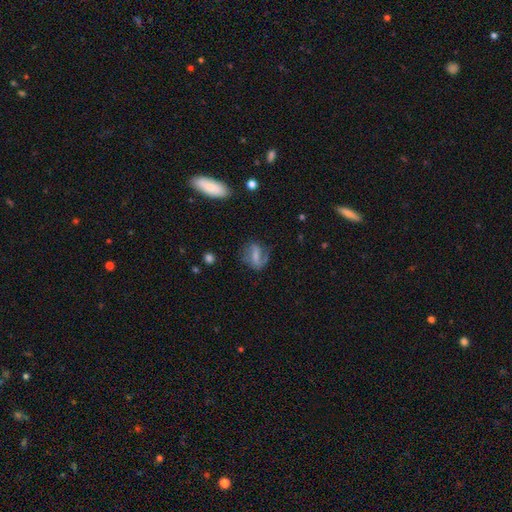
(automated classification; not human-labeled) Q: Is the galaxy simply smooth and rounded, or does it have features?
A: featured or disk — 57%.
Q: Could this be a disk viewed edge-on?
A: no — 94%.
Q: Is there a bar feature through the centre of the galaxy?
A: strong — 45%.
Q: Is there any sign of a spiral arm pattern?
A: yes — 76%.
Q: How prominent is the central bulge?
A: none — 39%.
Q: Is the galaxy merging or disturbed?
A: none — 56%.